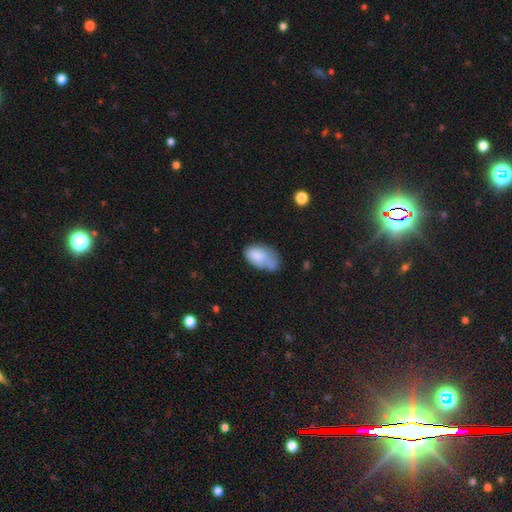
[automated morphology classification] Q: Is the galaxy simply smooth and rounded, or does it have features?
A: smooth — 75%.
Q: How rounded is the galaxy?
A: in between — 92%.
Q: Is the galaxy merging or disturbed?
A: none — 37%.